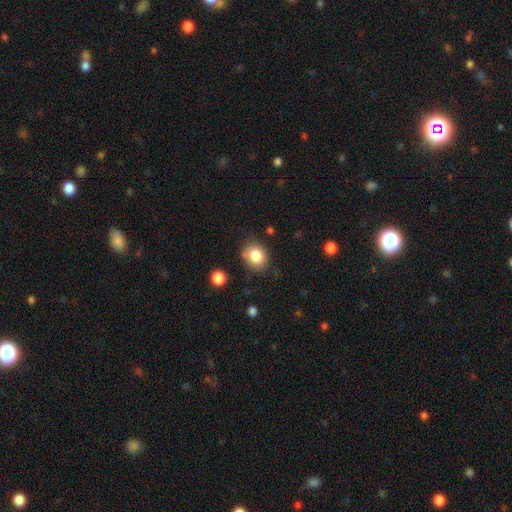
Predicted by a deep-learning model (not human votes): The model was most divided on "how rounded": round: 60%, in between: 39%, cigar-shaped: 1%. More confident: smooth or featured — smooth (83%); merging — none (78%).